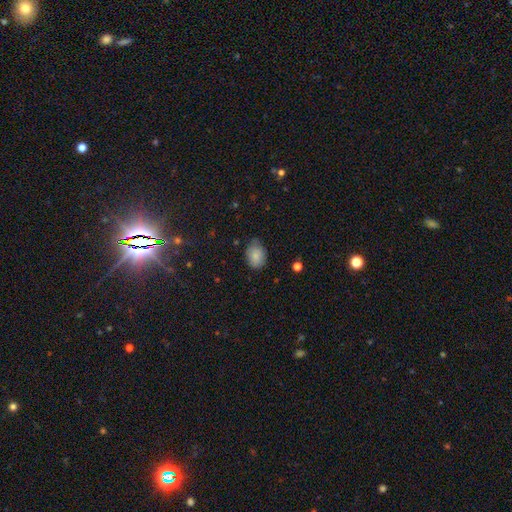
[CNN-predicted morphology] Smooth or featured? smooth (83%)
How rounded? in between (67%)
Merging? none (64%)